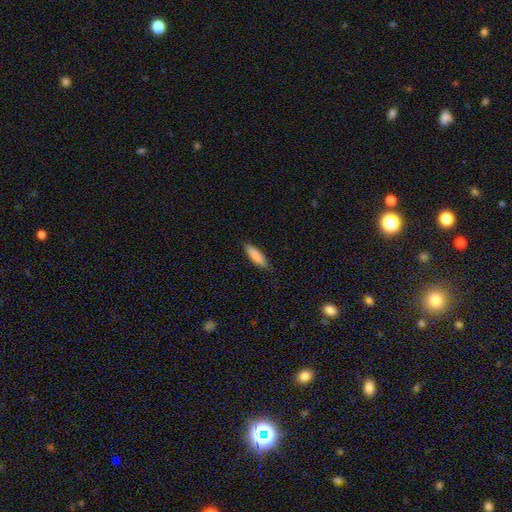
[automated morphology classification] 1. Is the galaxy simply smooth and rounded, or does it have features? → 86% smooth, 9% featured or disk, 6% star or artifact.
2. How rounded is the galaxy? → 61% cigar-shaped, 37% in between, 1% round.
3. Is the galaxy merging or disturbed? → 85% none, 12% minor disturbance, 2% major disturbance, 1% merger.